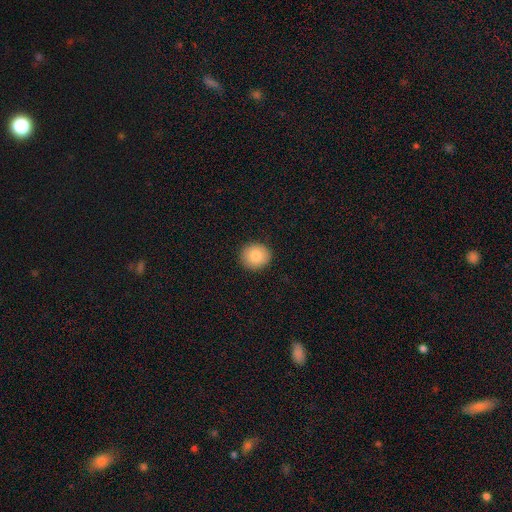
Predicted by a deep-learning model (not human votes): smooth 84%, star or artifact 8%, featured or disk 8%. Down the decision tree: how rounded — round (89%); merging — none (91%).